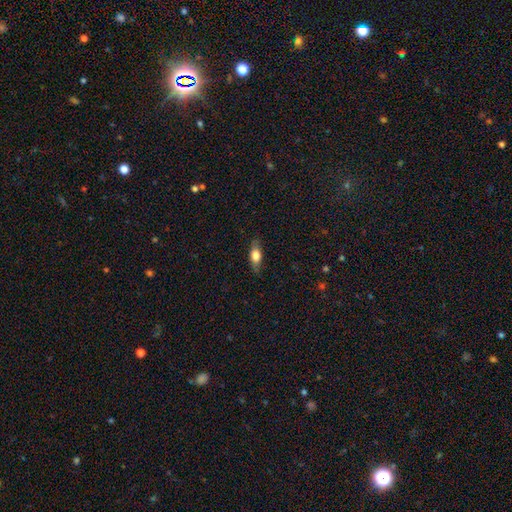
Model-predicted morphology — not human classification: Overall: smooth (69%). How rounded: in between (75%). Merging: none (80%).